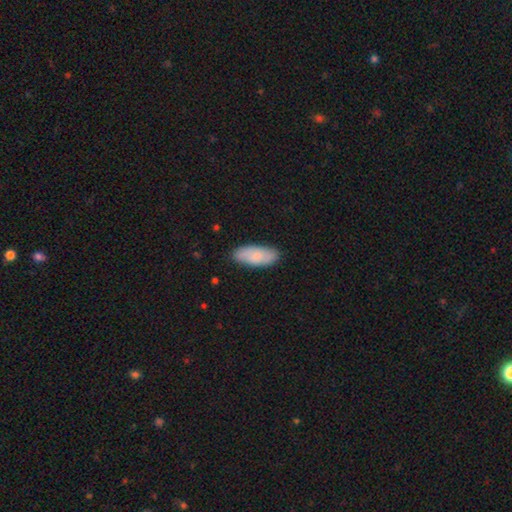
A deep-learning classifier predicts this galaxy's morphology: Smooth or featured: smooth — 78% (featured or disk — 16%)
How rounded: in between — 86% (cigar-shaped — 12%)
Merging: none — 84% (minor disturbance — 13%)